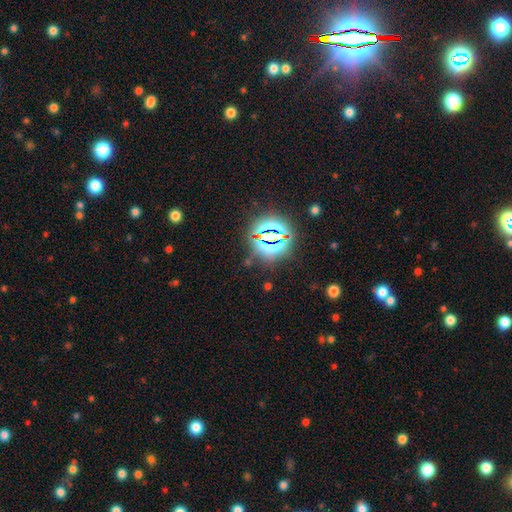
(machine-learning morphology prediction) Smooth or featured: star or artifact — 83% (smooth — 10%)